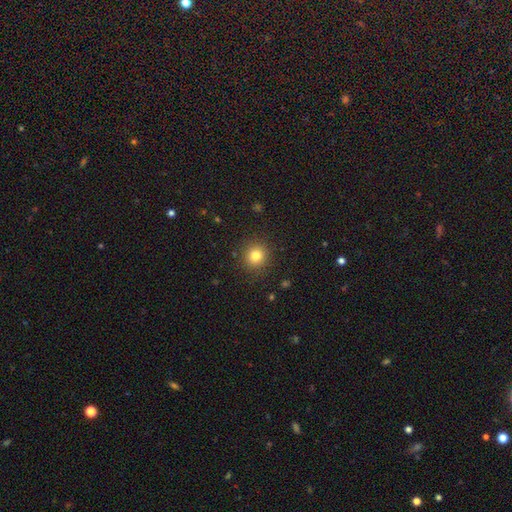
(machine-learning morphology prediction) smooth-or-featured: smooth: 81% | star or artifact: 13% | featured or disk: 6%
  how-rounded: round: 92% | in between: 7% | cigar-shaped: 1%
  merging: none: 90% | minor disturbance: 6% | major disturbance: 2% | merger: 1%